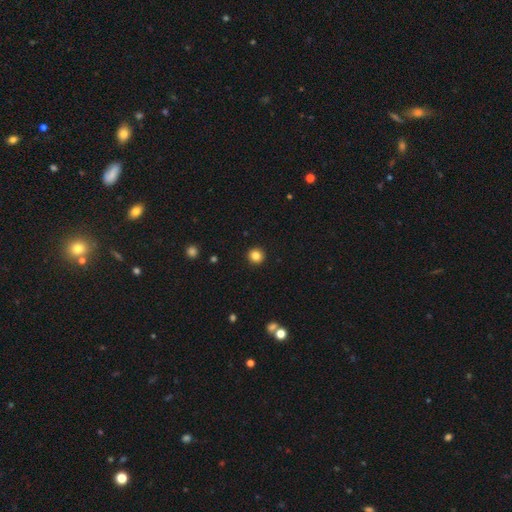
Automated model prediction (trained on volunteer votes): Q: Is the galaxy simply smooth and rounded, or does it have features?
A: smooth — 84%.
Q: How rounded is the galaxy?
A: round — 95%.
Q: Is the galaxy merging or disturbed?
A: none — 93%.